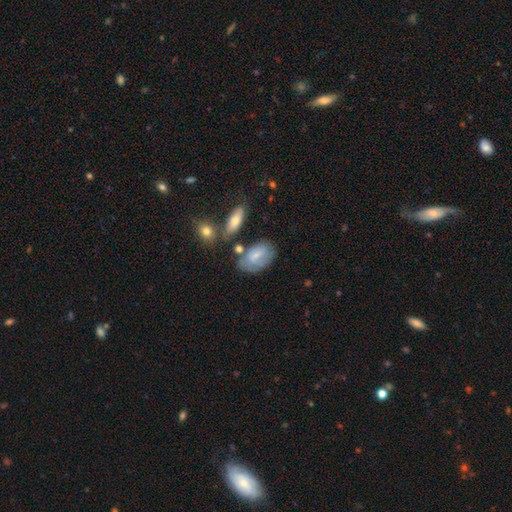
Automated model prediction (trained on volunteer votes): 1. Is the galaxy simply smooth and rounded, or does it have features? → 62% smooth, 30% featured or disk, 7% star or artifact.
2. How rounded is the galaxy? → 89% in between, 8% round, 2% cigar-shaped.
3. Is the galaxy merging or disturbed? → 55% none, 24% minor disturbance, 10% merger, 10% major disturbance.